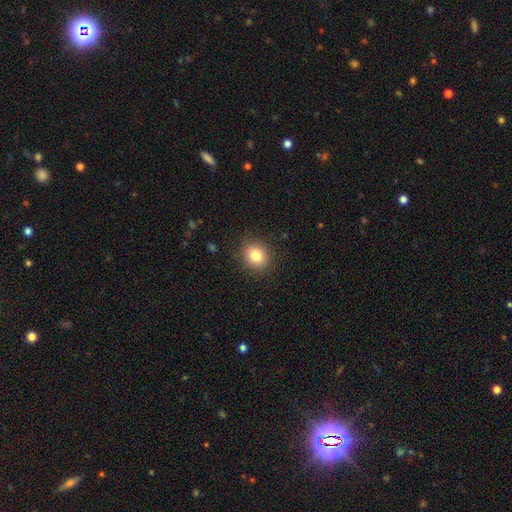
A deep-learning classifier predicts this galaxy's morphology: The model was most divided on "how rounded": round: 82%, in between: 17%, cigar-shaped: 1%. More confident: merging — none (88%); smooth or featured — smooth (82%).